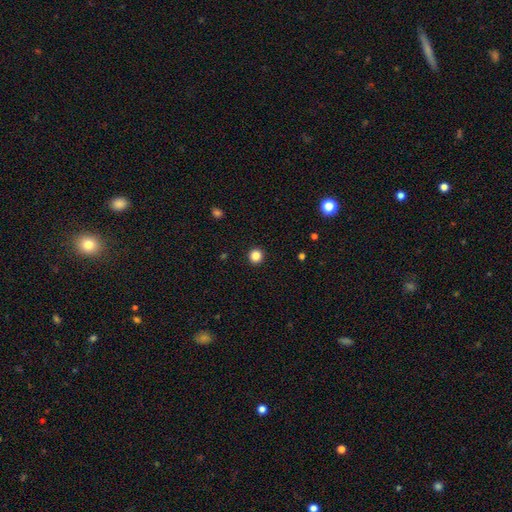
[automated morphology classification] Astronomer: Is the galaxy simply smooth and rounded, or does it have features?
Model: smooth — 84%.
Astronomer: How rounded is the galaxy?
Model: round — 95%.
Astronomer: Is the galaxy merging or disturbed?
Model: none — 94%.